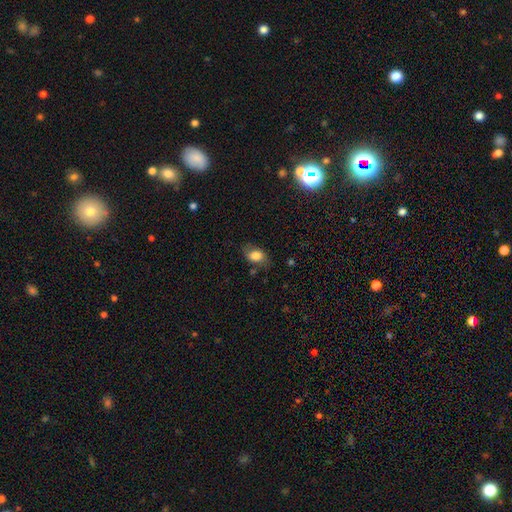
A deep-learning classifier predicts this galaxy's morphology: A smooth galaxy with no disk features (74%) that is in between round and cigar-shaped (81%). Merging: none (64%).